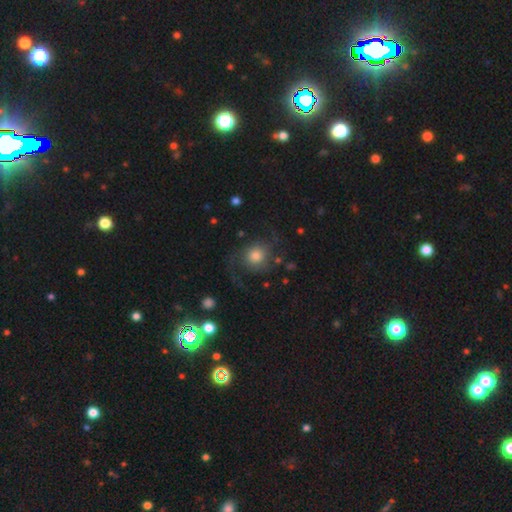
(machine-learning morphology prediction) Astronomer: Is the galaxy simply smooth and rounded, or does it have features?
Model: featured or disk — 50% (runner-up: smooth, 40%).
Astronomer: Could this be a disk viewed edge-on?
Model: no — 97%.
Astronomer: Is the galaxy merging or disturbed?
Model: none — 58%.